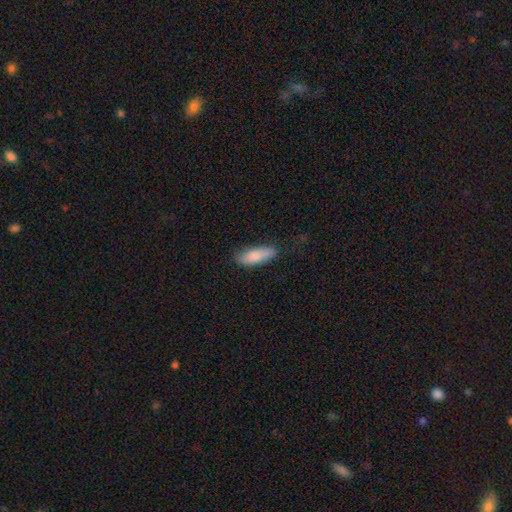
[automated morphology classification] A smooth galaxy with no disk features (84%) that is in between round and cigar-shaped (61%).

Vote fractions:
- Smooth or featured? smooth: 84% / featured or disk: 10% / star or artifact: 6%
- How rounded? in between: 61% / cigar-shaped: 37% / round: 2%
- Merging? none: 74% / minor disturbance: 20% / major disturbance: 4% / merger: 2%